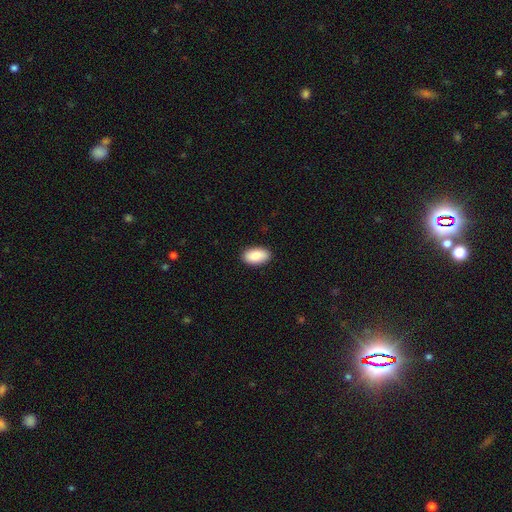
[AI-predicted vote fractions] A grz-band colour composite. It shows a smooth galaxy with no disk features (87%) that is in between round and cigar-shaped (94%). Merging: none (90%).